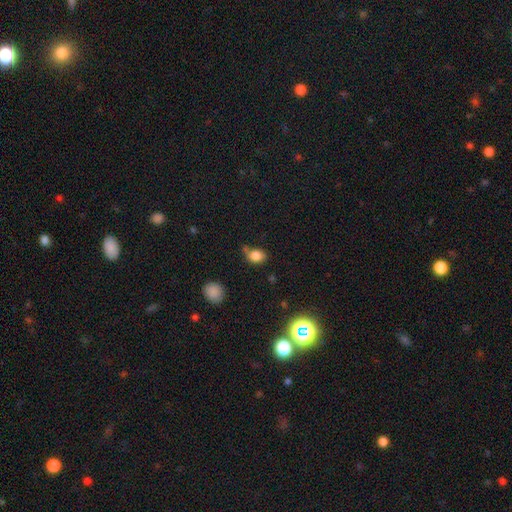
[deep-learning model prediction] smooth_or_featured: smooth (p=0.82) [alt: star or artifact p=0.12]
how_rounded: in between (p=0.59) [alt: round p=0.39]
merging: none (p=0.53) [alt: minor disturbance p=0.27]